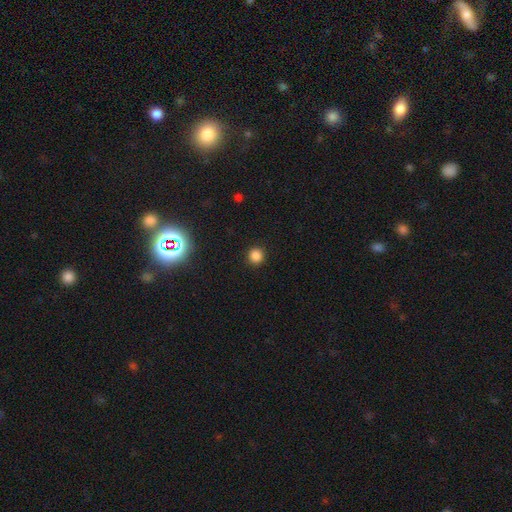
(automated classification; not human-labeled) smooth 83%, star or artifact 14%, featured or disk 3%. Down the decision tree: how rounded — round (93%); merging — none (91%).